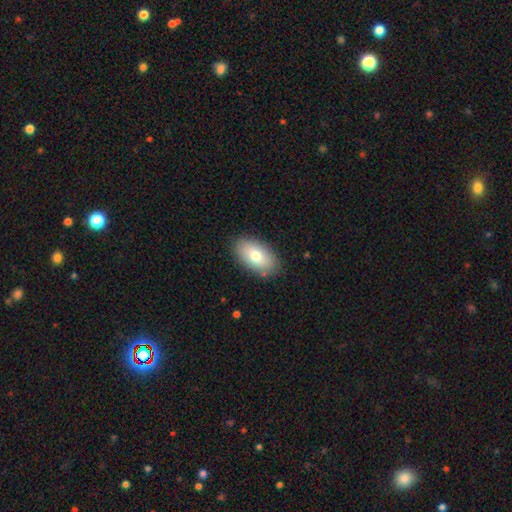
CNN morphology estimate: smooth-or-featured: smooth: 75% | featured or disk: 18% | star or artifact: 7%
  how-rounded: in between: 93% | round: 4% | cigar-shaped: 2%
  merging: none: 86% | minor disturbance: 10% | major disturbance: 2% | merger: 1%